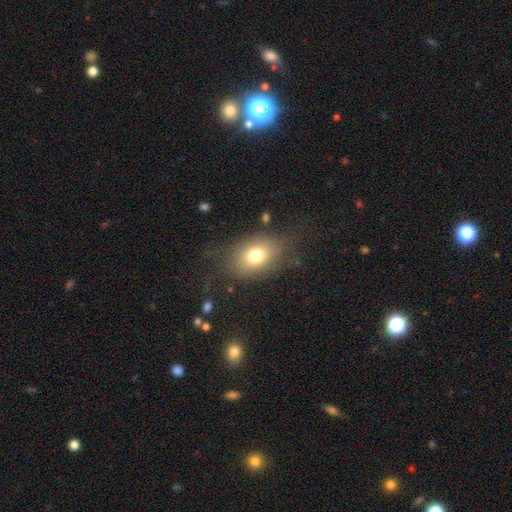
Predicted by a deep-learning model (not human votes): Smooth or featured? Predicted: smooth (p=0.73). How rounded? Predicted: in between (p=0.76). Merging? Predicted: none (p=0.70).